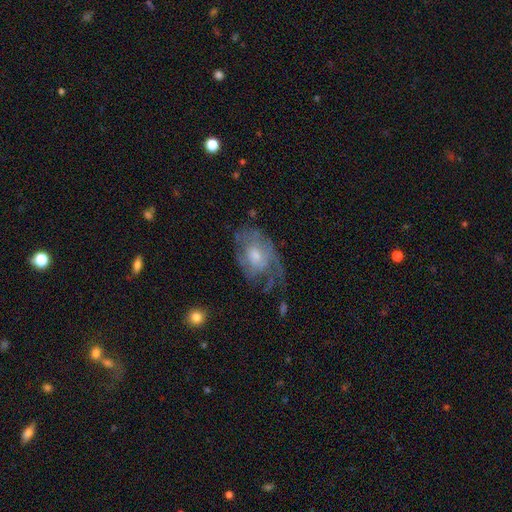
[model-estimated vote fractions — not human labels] Smooth or featured? featured or disk (67%)
Edge-on disk? no (95%)
Bar? no (75%)
Spiral arms? yes (74%)
Bulge size? moderate (55%)
Merging? none (44%)